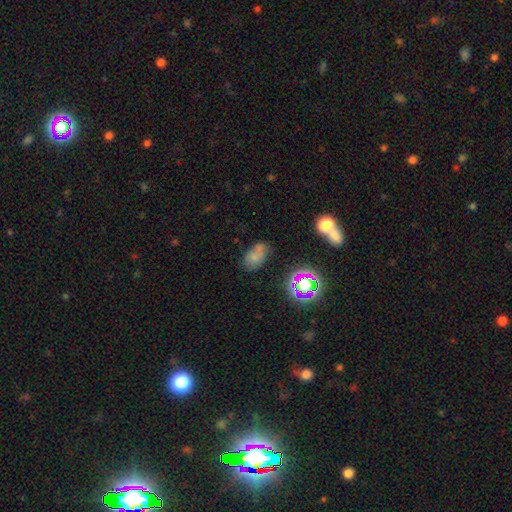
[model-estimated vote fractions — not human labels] smooth_or_featured: smooth (p=0.59) [alt: star or artifact p=0.22]
how_rounded: in between (p=0.84) [alt: round p=0.14]
merging: none (p=0.49) [alt: minor disturbance p=0.24]